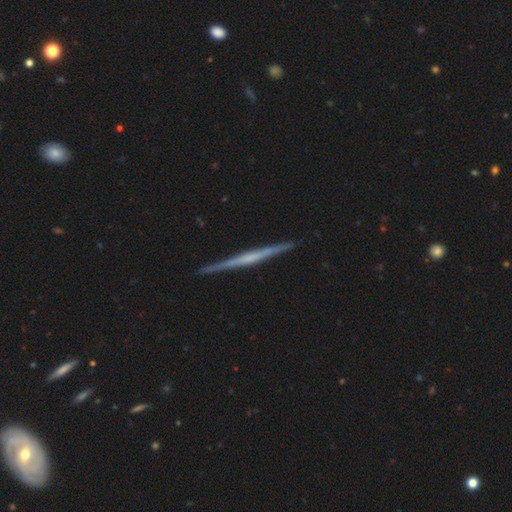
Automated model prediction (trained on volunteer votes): Smooth or featured? featured or disk (75%)
Edge-on disk? yes (98%)
Edge-on bulge? none (52%)
Merging? none (92%)